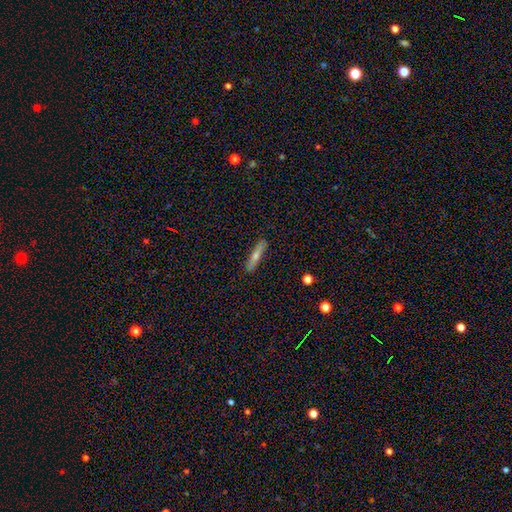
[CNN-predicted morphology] smooth-or-featured: smooth: 48% | featured or disk: 43% | star or artifact: 8%
  merging: none: 89% | minor disturbance: 8% | major disturbance: 2% | merger: 1%